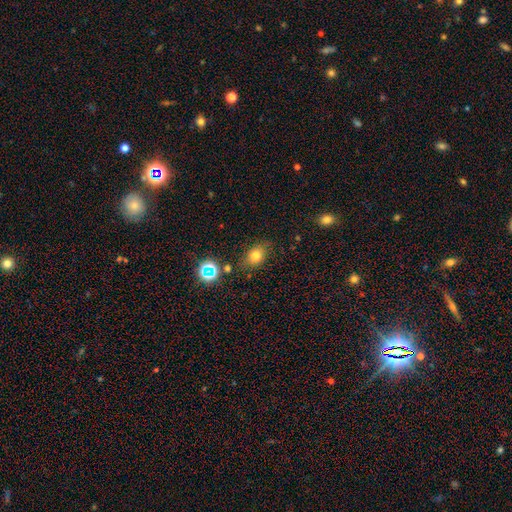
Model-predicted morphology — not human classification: The model was most divided on "how rounded": in between: 62%, round: 36%, cigar-shaped: 2%. More confident: merging — none (75%); smooth or featured — smooth (72%).